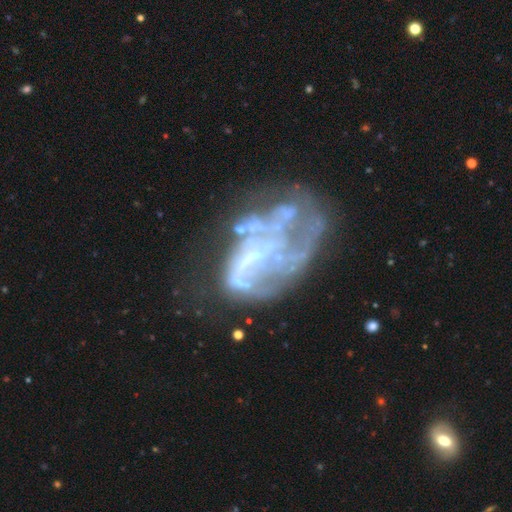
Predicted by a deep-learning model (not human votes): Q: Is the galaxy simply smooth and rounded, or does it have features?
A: featured or disk — 77%.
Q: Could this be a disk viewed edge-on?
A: no — 98%.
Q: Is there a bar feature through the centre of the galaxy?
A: no — 66%.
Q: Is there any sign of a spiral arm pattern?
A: no — 53%.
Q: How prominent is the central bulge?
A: none — 62%.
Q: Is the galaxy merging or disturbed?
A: major disturbance — 42%.